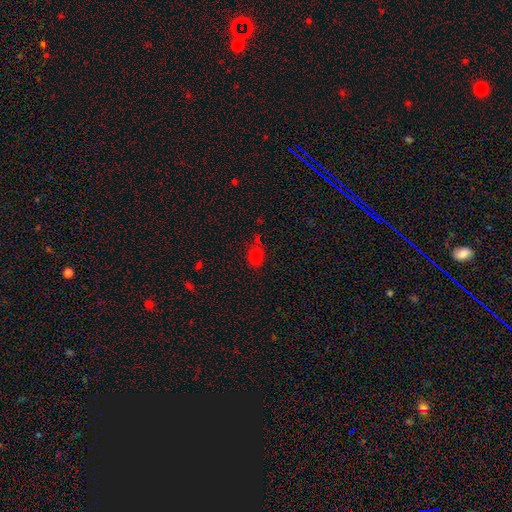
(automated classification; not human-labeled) Smooth or featured? smooth (77%)
How rounded? in between (52%)
Merging? none (72%)